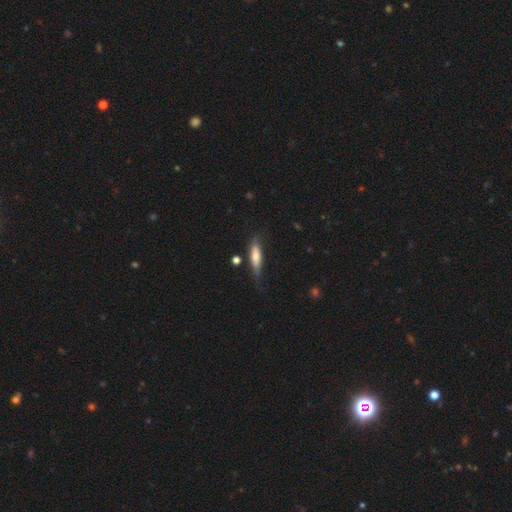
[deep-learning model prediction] A smooth galaxy with no disk features (66%) that is cigar-shaped (67%). Merging: none (65%).